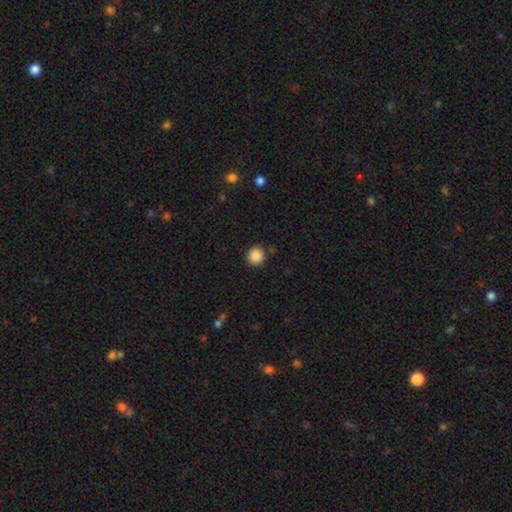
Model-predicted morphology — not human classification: smooth 88%, star or artifact 10%, featured or disk 3%. Down the decision tree: how rounded — round (94%); merging — none (88%).